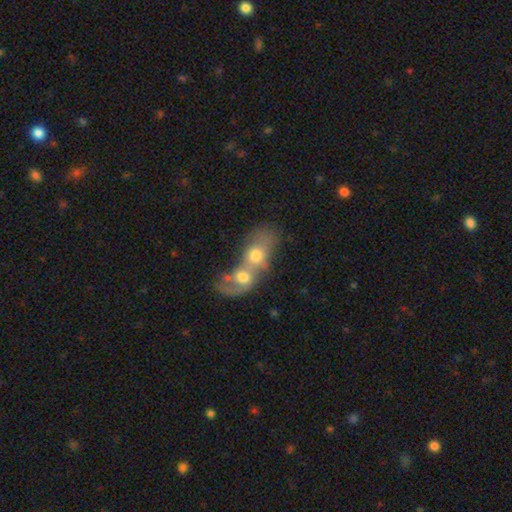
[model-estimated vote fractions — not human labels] Smooth or featured?
  - smooth: 55% *
  - featured or disk: 36%
  - star or artifact: 9%
How rounded?
  - in between: 62% *
  - round: 34%
  - cigar-shaped: 4%
Merging?
  - merger: 84% *
  - none: 7%
  - major disturbance: 5%
  - minor disturbance: 4%